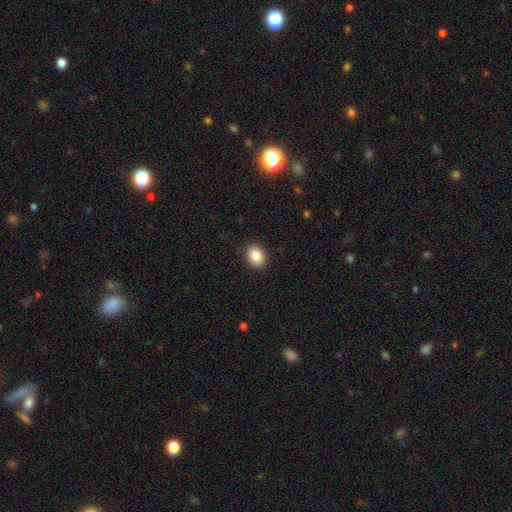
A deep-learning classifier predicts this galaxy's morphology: Smooth or featured? smooth (88%)
How rounded? in between (68%)
Merging? none (89%)